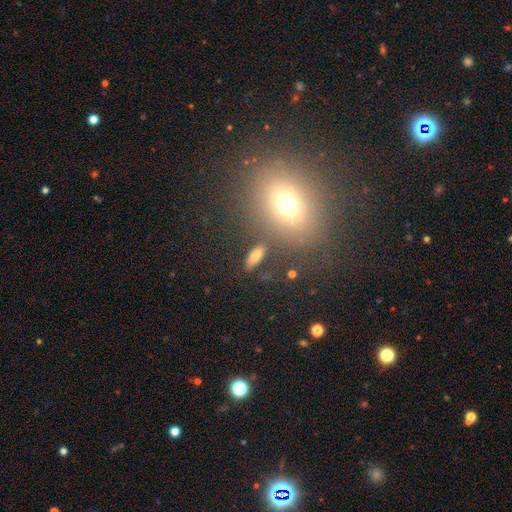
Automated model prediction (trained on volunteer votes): A smooth galaxy with no disk features (78%) that is in between round and cigar-shaped (70%). Merging: none (80%).